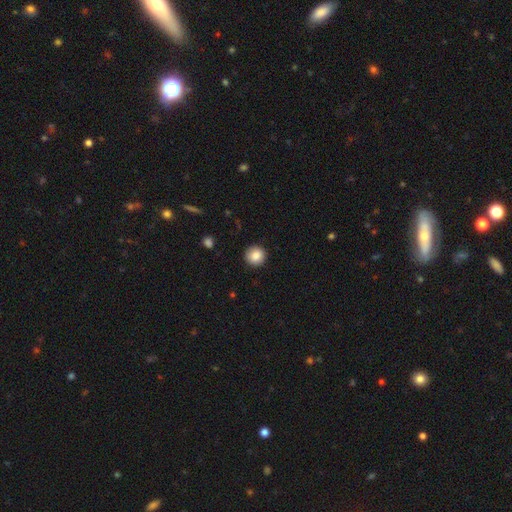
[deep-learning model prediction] This is clearly a smooth galaxy (86%). How rounded: clearly round (94%). Merging: clearly none (91%).